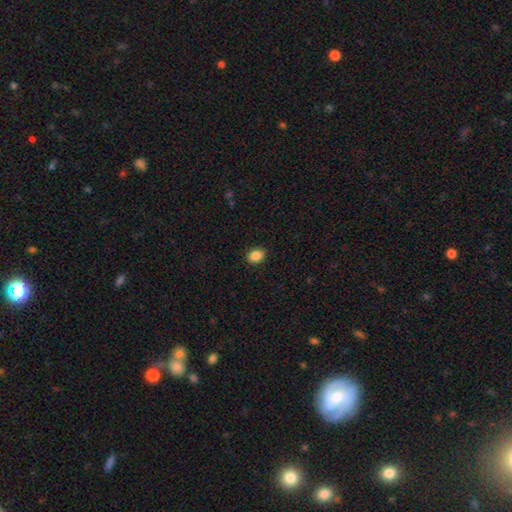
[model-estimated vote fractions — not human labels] smooth_or_featured: smooth (p=0.87) [alt: star or artifact p=0.09]
how_rounded: in between (p=0.61) [alt: round p=0.38]
merging: none (p=0.90) [alt: minor disturbance p=0.07]